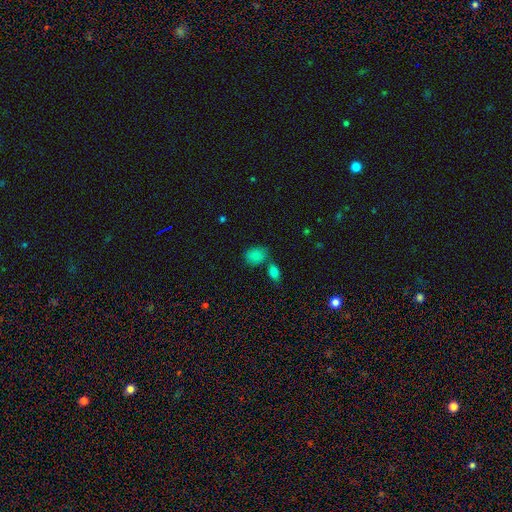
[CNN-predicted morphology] The model was most divided on "how rounded": in between: 62%, round: 36%, cigar-shaped: 1%. More confident: smooth or featured — smooth (83%); merging — none (57%).